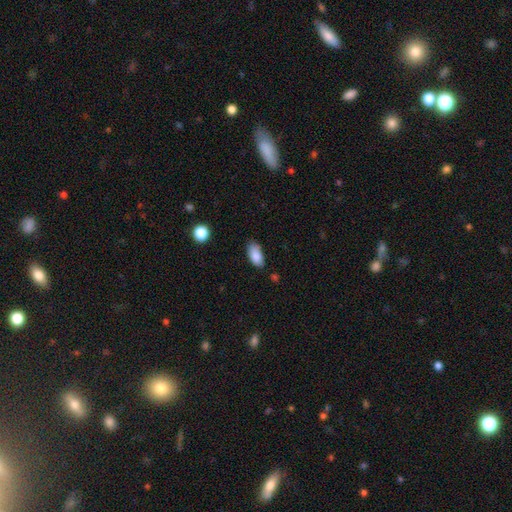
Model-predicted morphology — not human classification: Smooth or featured: smooth — 85% (star or artifact — 8%)
How rounded: in between — 91% (cigar-shaped — 6%)
Merging: none — 74% (minor disturbance — 21%)